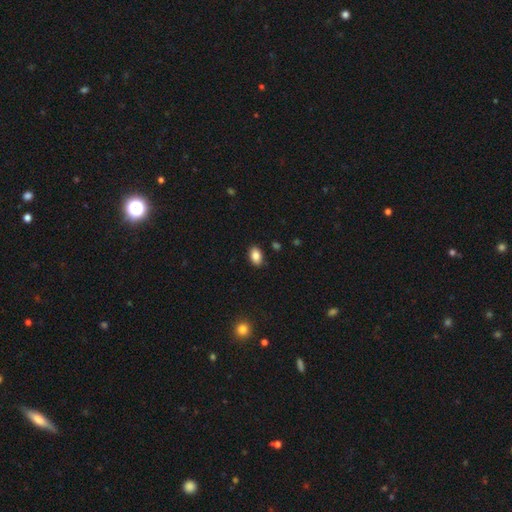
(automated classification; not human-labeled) A smooth galaxy with no disk features (86%) that is in between round and cigar-shaped (87%). Merging: none (88%).